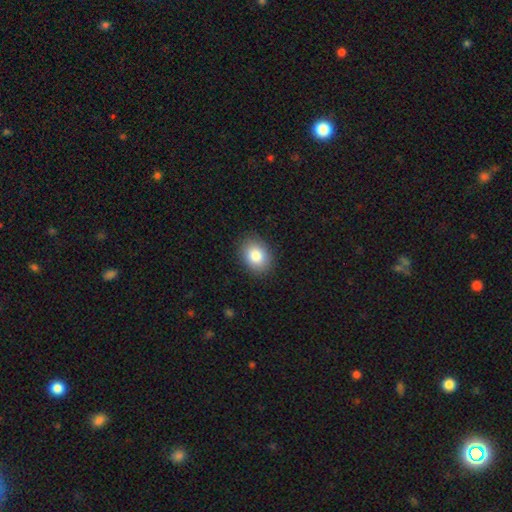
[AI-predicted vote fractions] smooth-or-featured: smooth: 85% | star or artifact: 8% | featured or disk: 7%
  how-rounded: in between: 61% | round: 38% | cigar-shaped: 1%
  merging: none: 88% | minor disturbance: 9% | major disturbance: 2% | merger: 1%